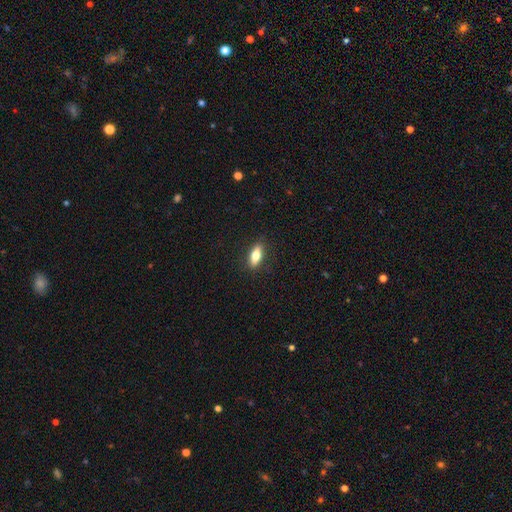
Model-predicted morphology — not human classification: The model was most divided on "how rounded": in between: 69%, cigar-shaped: 28%, round: 3%. More confident: merging — none (87%); smooth or featured — smooth (69%).